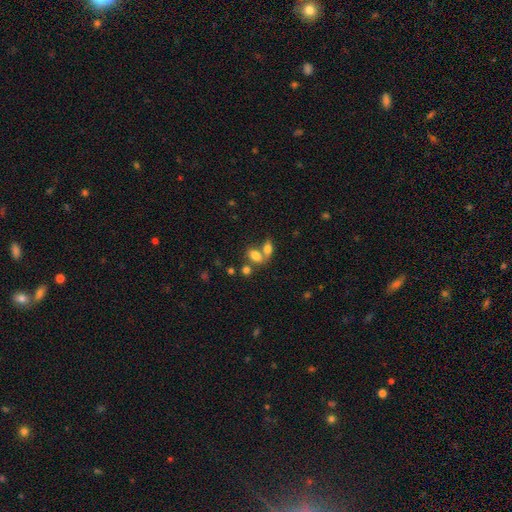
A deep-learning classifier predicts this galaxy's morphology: Smooth or featured? Predicted: smooth (p=0.78). How rounded? Predicted: in between (p=0.85). Merging? Predicted: merger (p=0.55).